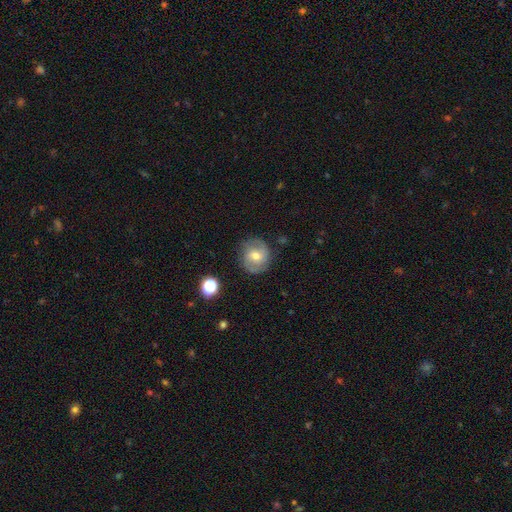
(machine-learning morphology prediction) smooth_or_featured: featured or disk (p=0.63) [alt: smooth p=0.29]
disk_edge_on: no (p=0.97) [alt: yes p=0.03]
bar: no (p=0.49) [alt: weak p=0.40]
has_spiral_arms: yes (p=0.86) [alt: no p=0.14]
spiral_winding: medium (p=0.47) [alt: tight p=0.36]
spiral_arm_count: 2 (p=0.81) [alt: can't tell p=0.11]
bulge_size: moderate (p=0.65) [alt: small p=0.29]
merging: none (p=0.80) [alt: minor disturbance p=0.14]